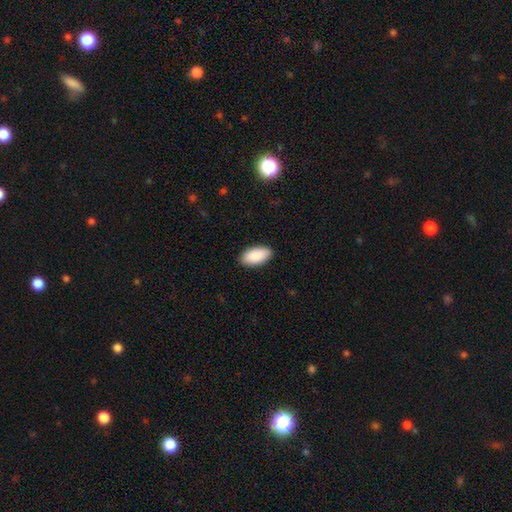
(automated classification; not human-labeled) This appears to be a smooth galaxy with no disk features (90%) that is in between round and cigar-shaped (95%). Merging: none (88%).